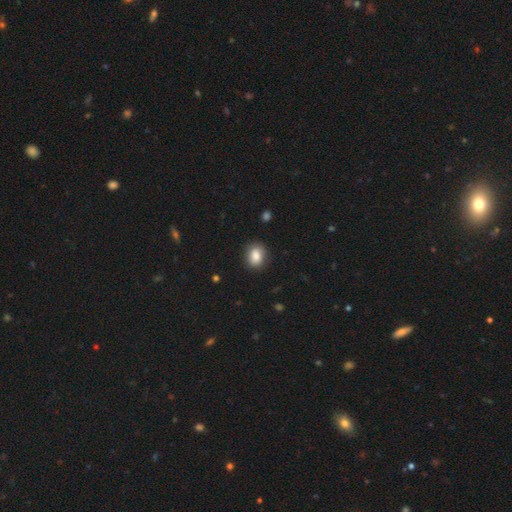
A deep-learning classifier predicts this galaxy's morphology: A smooth galaxy with no disk features (84%) that is in between round and cigar-shaped (55%).

Vote fractions:
- Smooth or featured? smooth: 84% / star or artifact: 8% / featured or disk: 7%
- How rounded? in between: 55% / round: 44% / cigar-shaped: 1%
- Merging? none: 84% / minor disturbance: 12% / major disturbance: 3% / merger: 1%